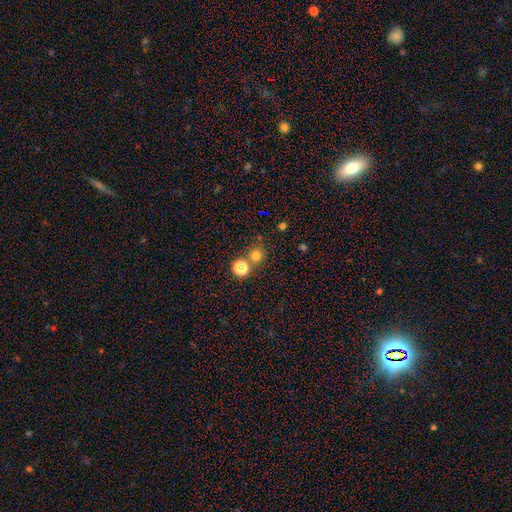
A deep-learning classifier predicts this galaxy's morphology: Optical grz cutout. It shows a smooth galaxy with no disk features (68%) that is round (88%). Merging: none (70%).